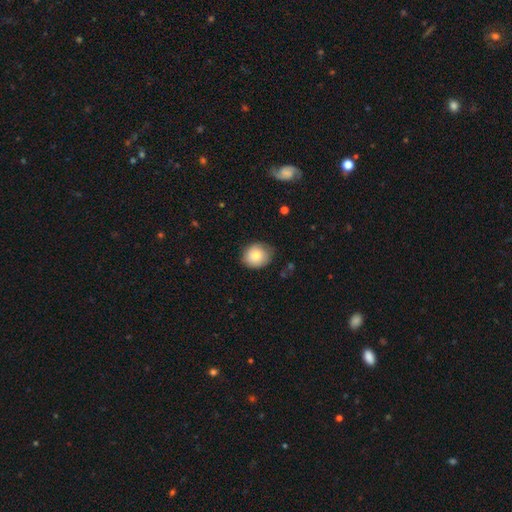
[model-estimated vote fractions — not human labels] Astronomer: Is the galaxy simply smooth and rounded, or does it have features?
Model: smooth — 79%.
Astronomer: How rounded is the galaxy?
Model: round — 72%.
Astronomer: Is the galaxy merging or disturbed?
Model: none — 75%.